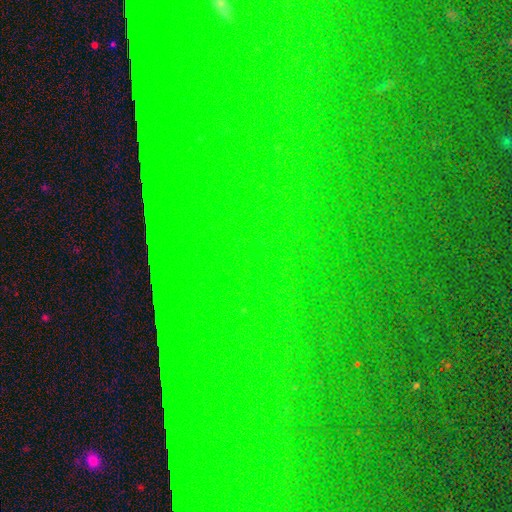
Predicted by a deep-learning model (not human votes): Smooth or featured?
  - star or artifact: 84% *
  - smooth: 9%
  - featured or disk: 8%